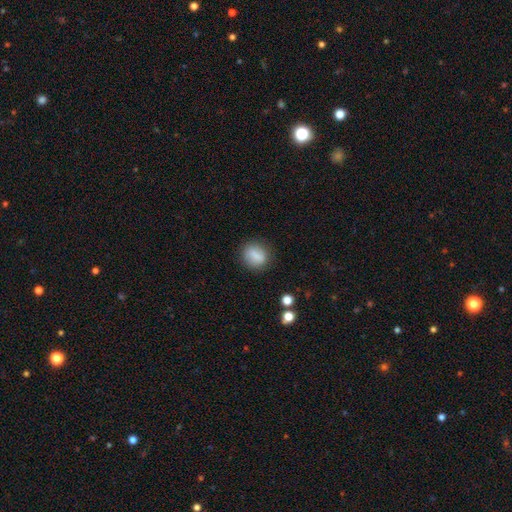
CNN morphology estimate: This appears to be a smooth galaxy with no disk features (80%) that is round (56%). Merging: none (83%).